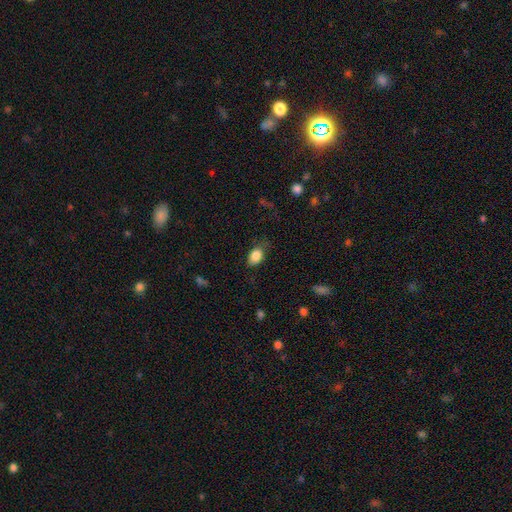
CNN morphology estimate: smooth-or-featured: smooth: 86% | star or artifact: 8% | featured or disk: 6%
  how-rounded: in between: 83% | round: 16% | cigar-shaped: 1%
  merging: none: 70% | minor disturbance: 22% | major disturbance: 6% | merger: 1%